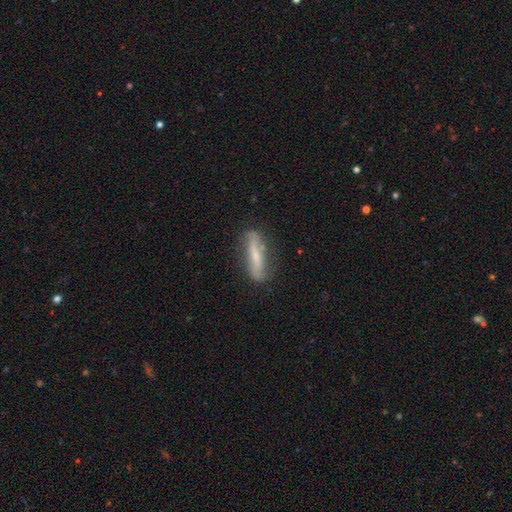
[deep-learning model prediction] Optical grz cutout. It shows a featured or disk galaxy (52%) viewed edge-on (52%). Merging: none (73%).